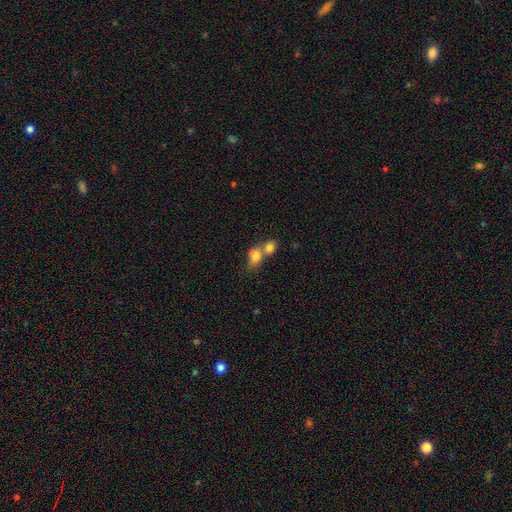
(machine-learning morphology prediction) The model was most divided on "how rounded": in between: 53%, round: 45%, cigar-shaped: 2%. More confident: smooth or featured — smooth (74%); merging — merger (70%).